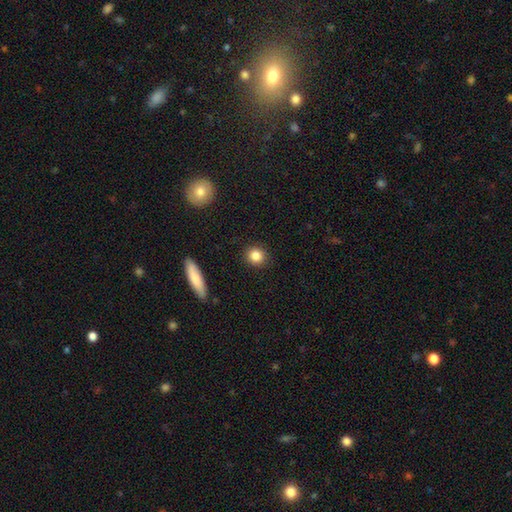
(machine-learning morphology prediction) A smooth galaxy with no disk features (85%) that is round (88%). Merging: none (91%).